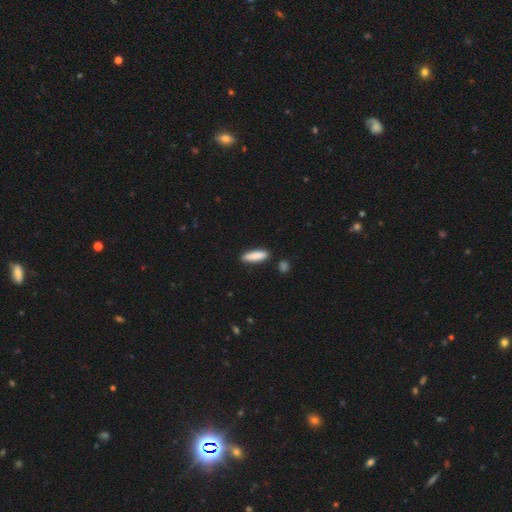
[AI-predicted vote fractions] smooth-or-featured: smooth: 87% | featured or disk: 7% | star or artifact: 6%
  how-rounded: cigar-shaped: 63% | in between: 36% | round: 2%
  merging: none: 86% | minor disturbance: 9% | merger: 3% | major disturbance: 2%